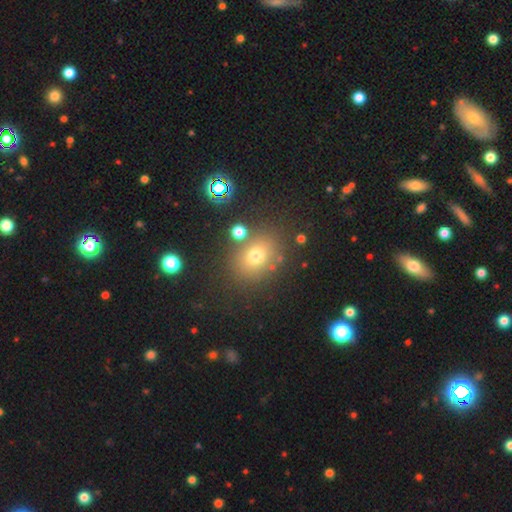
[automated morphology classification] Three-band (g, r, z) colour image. It shows a smooth galaxy with no disk features (69%) that is round (58%). Merging: none (77%).